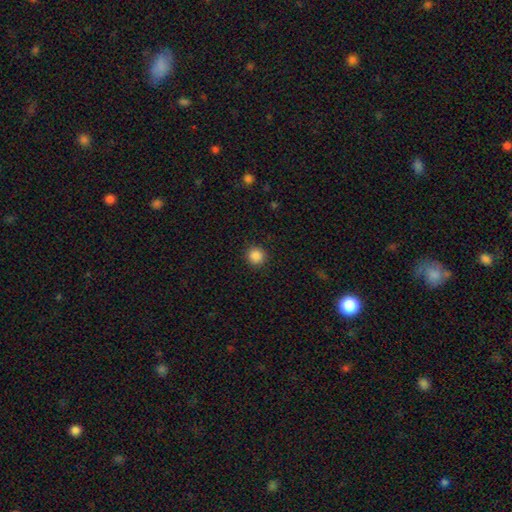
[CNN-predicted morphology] A smooth galaxy with no disk features (86%) that is round (94%).

Vote fractions:
- Smooth or featured? smooth: 86% / star or artifact: 10% / featured or disk: 3%
- How rounded? round: 94% / in between: 5% / cigar-shaped: 1%
- Merging? none: 92% / minor disturbance: 5% / major disturbance: 2% / merger: 1%